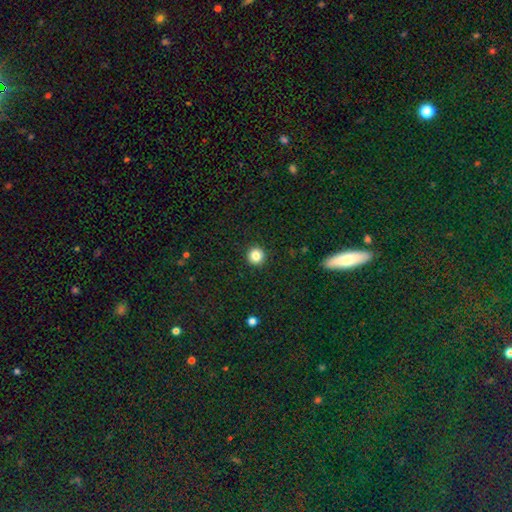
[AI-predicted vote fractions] Q: Smooth or featured?
A: smooth (84%); runner-up: star or artifact (11%)
Q: How rounded?
A: round (96%); runner-up: in between (3%)
Q: Merging?
A: none (93%); runner-up: minor disturbance (4%)